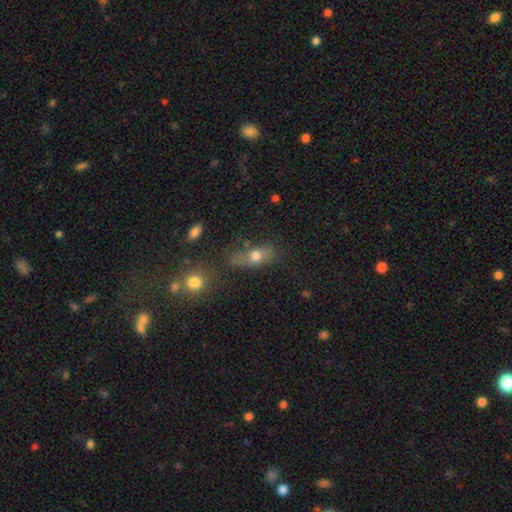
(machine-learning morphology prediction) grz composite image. It shows a smooth galaxy with no disk features (69%) that is in between round and cigar-shaped (69%). Merging: none (54%).